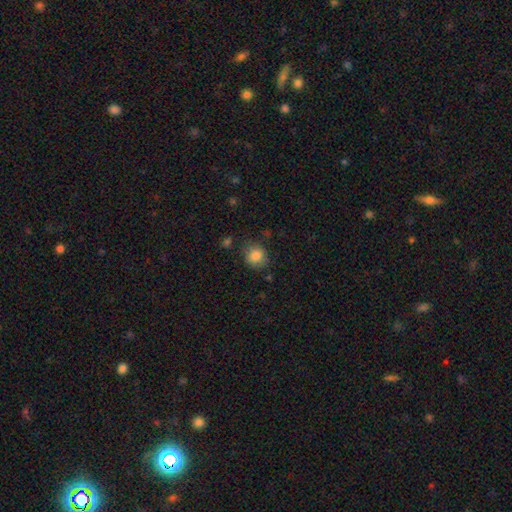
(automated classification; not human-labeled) smooth_or_featured: smooth (p=0.85) [alt: star or artifact p=0.09]
how_rounded: round (p=0.73) [alt: in between p=0.26]
merging: none (p=0.70) [alt: minor disturbance p=0.20]